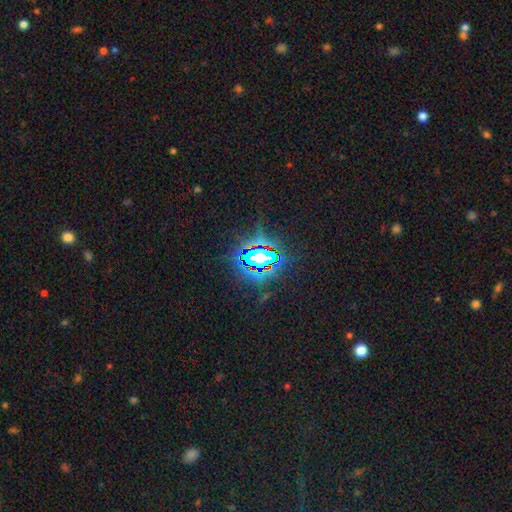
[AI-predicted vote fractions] A star or artifact, not a galaxy (81%).